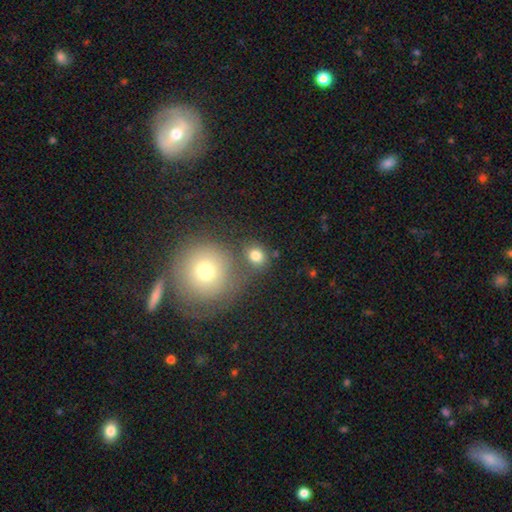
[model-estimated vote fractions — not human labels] A smooth galaxy with no disk features (79%) that is round (69%). Merging: none (67%).